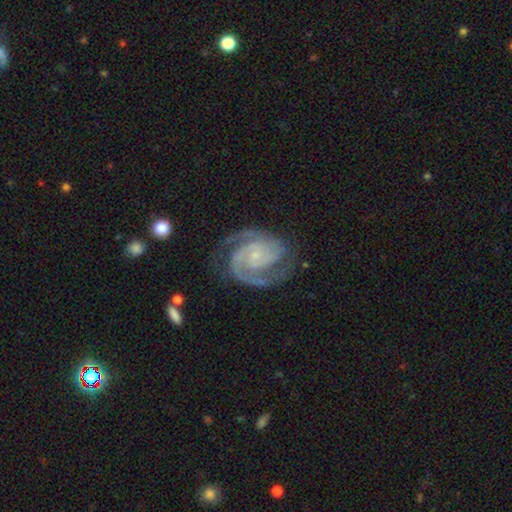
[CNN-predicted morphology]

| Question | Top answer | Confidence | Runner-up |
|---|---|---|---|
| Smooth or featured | featured or disk | 93% | star or artifact (4%) |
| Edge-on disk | no | 98% | yes (2%) |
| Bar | no | 62% | weak (29%) |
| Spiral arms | yes | 99% | no (1%) |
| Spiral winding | tight | 60% | medium (36%) |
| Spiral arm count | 2 | 86% | 3 (7%) |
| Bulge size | small | 74% | moderate (13%) |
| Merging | none | 77% | minor disturbance (15%) |